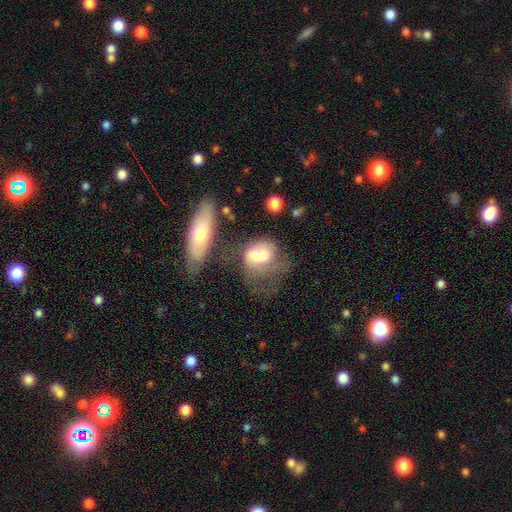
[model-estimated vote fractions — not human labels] Smooth or featured? Predicted: smooth (p=0.53). How rounded? Predicted: in between (p=0.56). Merging? Predicted: merger (p=0.56).